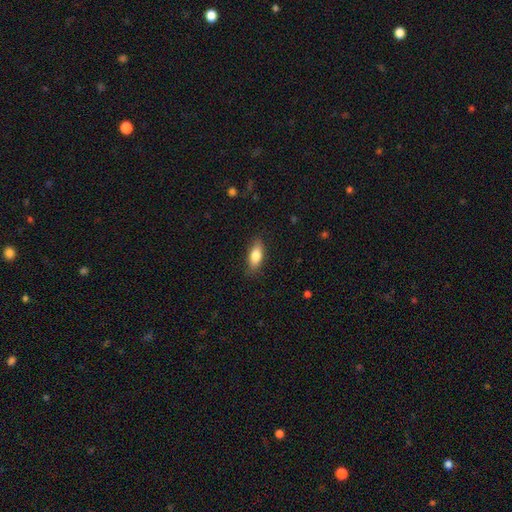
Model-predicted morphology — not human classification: Smooth or featured? Predicted: smooth (p=0.80). How rounded? Predicted: in between (p=0.79). Merging? Predicted: none (p=0.85).